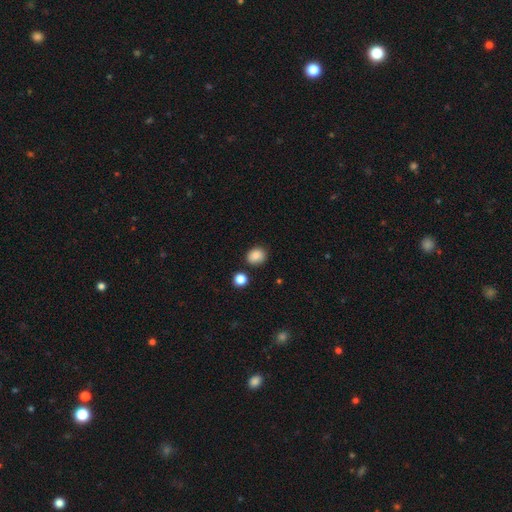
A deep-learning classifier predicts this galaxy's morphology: Smooth or featured: smooth — 86% (star or artifact — 10%)
How rounded: round — 67% (in between — 32%)
Merging: none — 83% (minor disturbance — 10%)